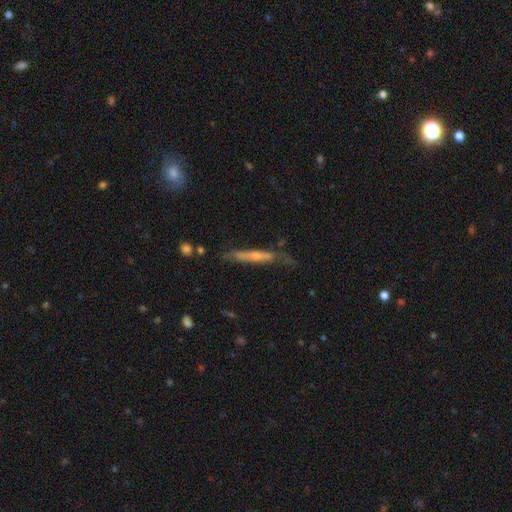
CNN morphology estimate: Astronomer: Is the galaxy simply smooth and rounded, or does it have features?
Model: featured or disk — 52% (runner-up: smooth, 42%).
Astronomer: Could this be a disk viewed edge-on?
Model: yes — 86%.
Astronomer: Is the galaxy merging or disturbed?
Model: none — 63%.